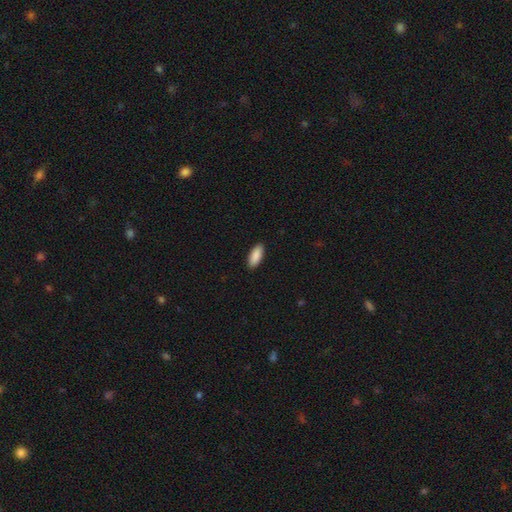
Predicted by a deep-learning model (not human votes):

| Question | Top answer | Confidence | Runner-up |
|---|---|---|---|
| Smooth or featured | smooth | 91% | star or artifact (6%) |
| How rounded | in between | 82% | cigar-shaped (16%) |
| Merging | none | 90% | minor disturbance (7%) |